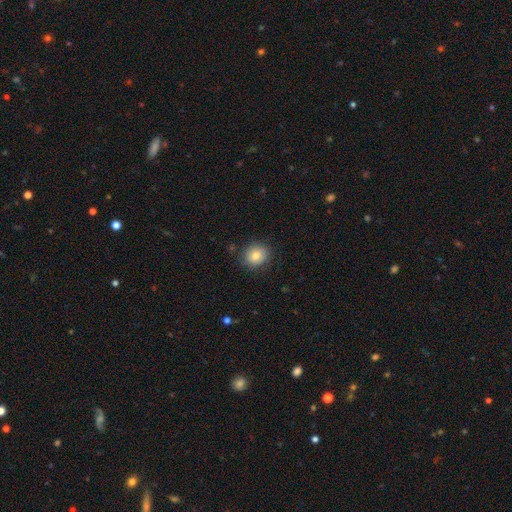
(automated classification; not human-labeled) Q: Smooth or featured?
A: smooth (80%); runner-up: featured or disk (11%)
Q: How rounded?
A: round (73%); runner-up: in between (26%)
Q: Merging?
A: none (82%); runner-up: minor disturbance (13%)